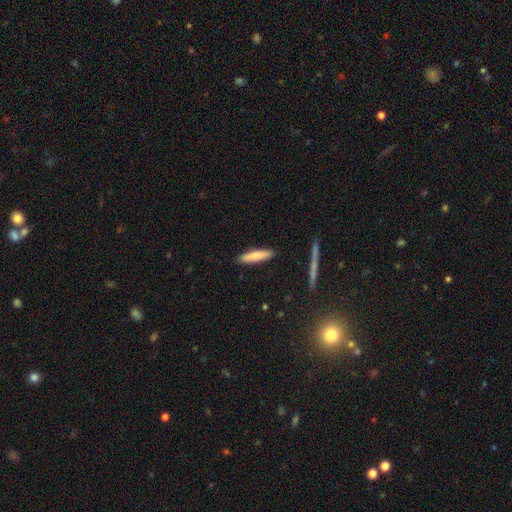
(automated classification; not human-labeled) smooth 78%, featured or disk 17%, star or artifact 6%. Down the decision tree: how rounded — cigar-shaped (80%); merging — none (89%).